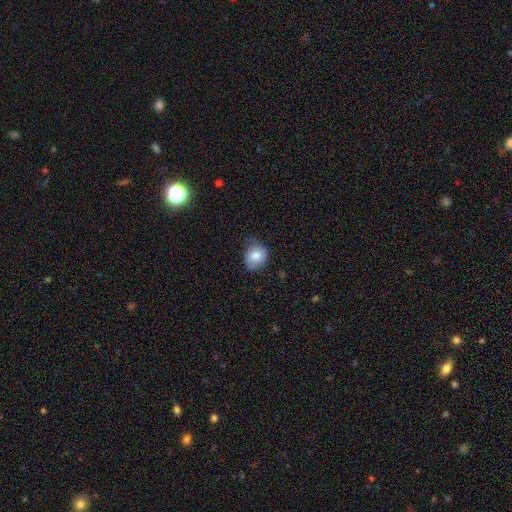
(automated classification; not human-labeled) smooth 79%, featured or disk 13%, star or artifact 8%. Down the decision tree: how rounded — round (59%); merging — none (50%).